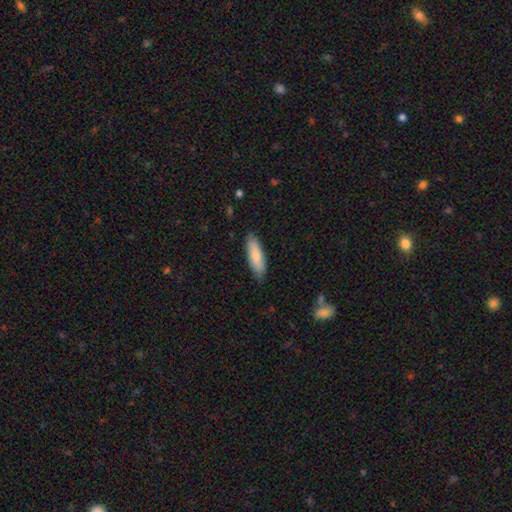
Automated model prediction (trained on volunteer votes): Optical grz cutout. It shows a smooth galaxy with no disk features (83%) that is cigar-shaped (54%). Merging: none (85%).